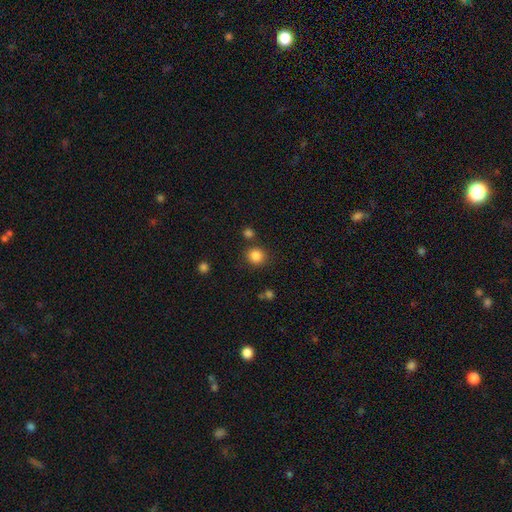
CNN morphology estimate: smooth_or_featured: smooth (p=0.85) [alt: star or artifact p=0.11]
how_rounded: round (p=0.90) [alt: in between p=0.09]
merging: none (p=0.83) [alt: minor disturbance p=0.08]